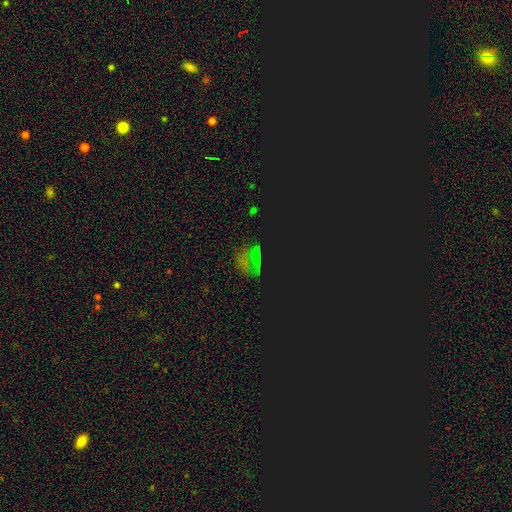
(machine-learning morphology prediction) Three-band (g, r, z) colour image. It shows a star or artifact, not a galaxy (71%).